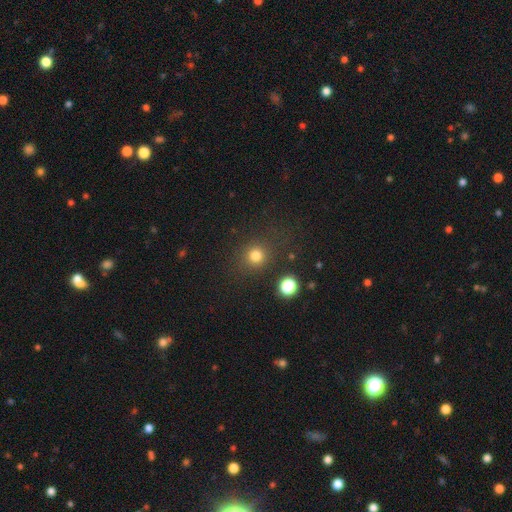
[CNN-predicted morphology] smooth-or-featured: smooth: 79% | star or artifact: 16% | featured or disk: 6%
  how-rounded: round: 88% | in between: 11% | cigar-shaped: 1%
  merging: none: 83% | minor disturbance: 9% | major disturbance: 5% | merger: 3%